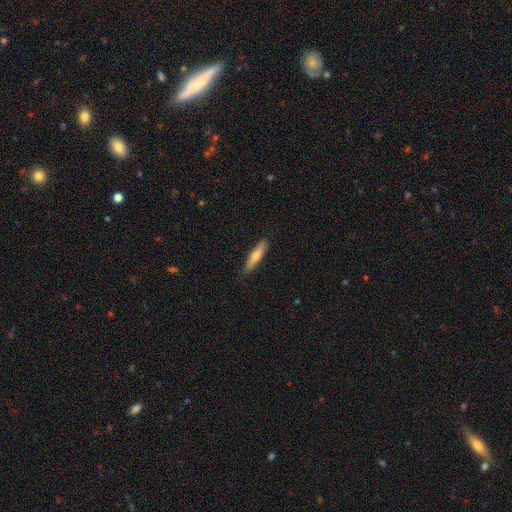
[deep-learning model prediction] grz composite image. It shows a smooth galaxy with no disk features (58%) that is cigar-shaped (85%). Merging: none (88%).